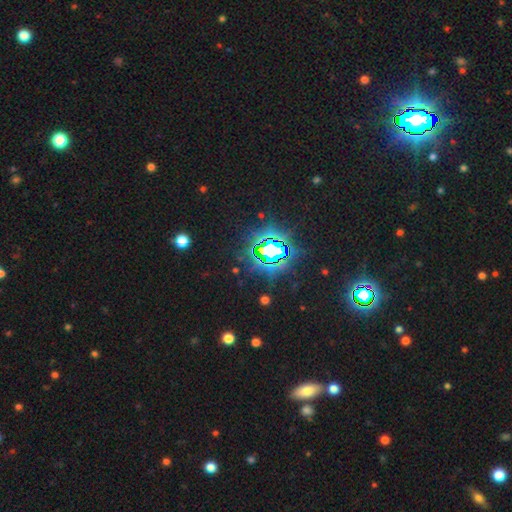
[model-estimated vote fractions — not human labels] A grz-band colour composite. It shows a star or artifact, not a galaxy (84%).